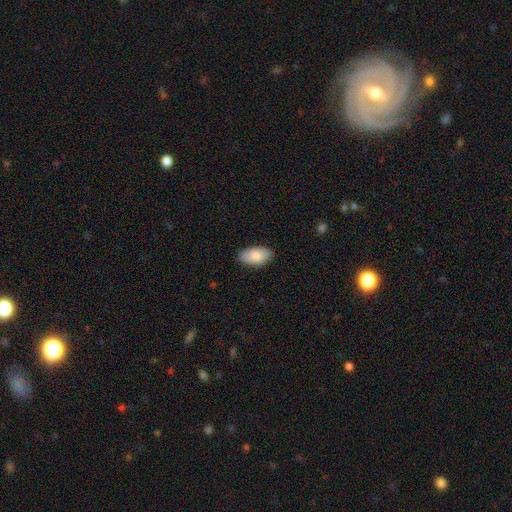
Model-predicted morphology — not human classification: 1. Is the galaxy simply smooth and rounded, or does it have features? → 86% smooth, 8% featured or disk, 6% star or artifact.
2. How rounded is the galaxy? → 95% in between, 3% round, 2% cigar-shaped.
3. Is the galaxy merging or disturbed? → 87% none, 10% minor disturbance, 2% major disturbance, 1% merger.